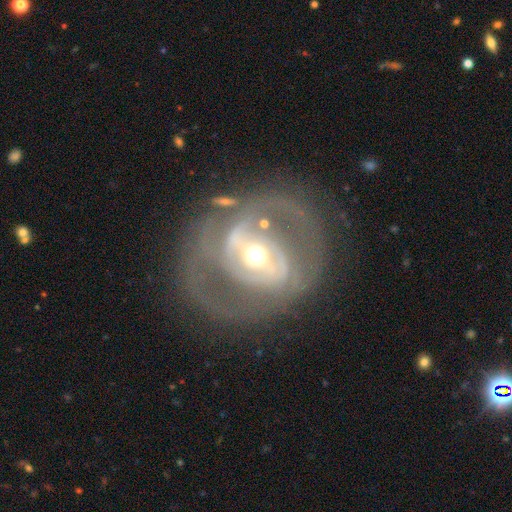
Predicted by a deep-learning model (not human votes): featured or disk 81%, smooth 13%, star or artifact 6%. Down the decision tree: edge-on disk — no (95%); bar — strong (38%); spiral arms — yes (67%); spiral arm count — 2 (61%); spiral winding — tight (42%); bulge size — moderate (61%); merging — none (66%).